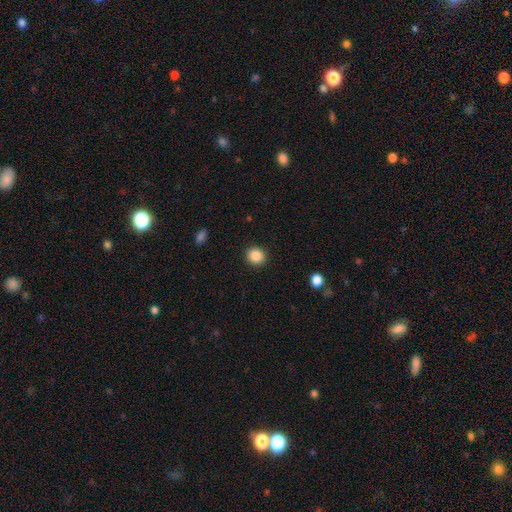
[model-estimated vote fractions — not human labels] smooth-or-featured: smooth: 87% | star or artifact: 10% | featured or disk: 4%
  how-rounded: round: 88% | in between: 11% | cigar-shaped: 1%
  merging: none: 91% | minor disturbance: 6% | major disturbance: 2% | merger: 1%